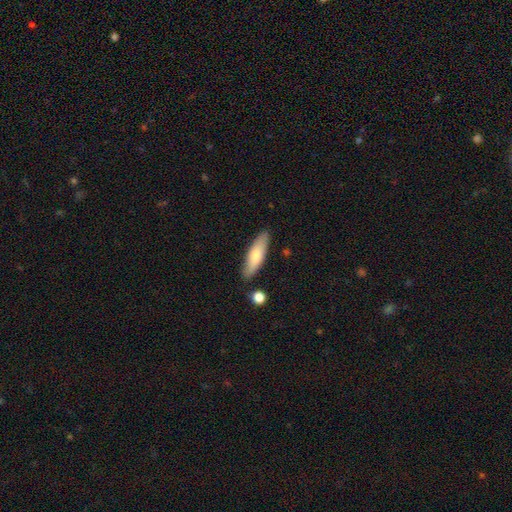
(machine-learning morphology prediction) This is likely a smooth galaxy (73%). How rounded: likely cigar-shaped (60%). Merging: clearly none (84%).